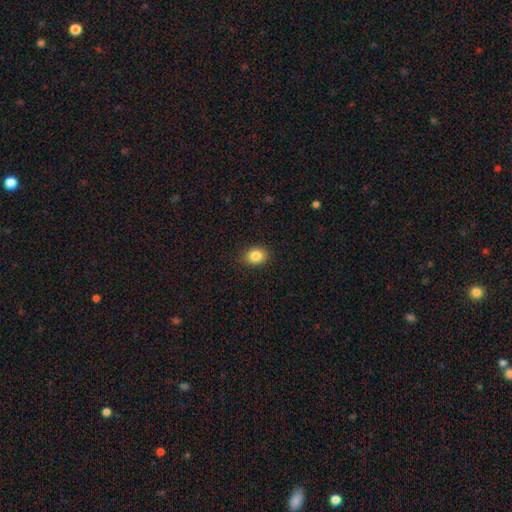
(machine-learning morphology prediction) This appears to be a smooth galaxy with no disk features (86%) that is in between round and cigar-shaped (54%). Merging: none (89%).